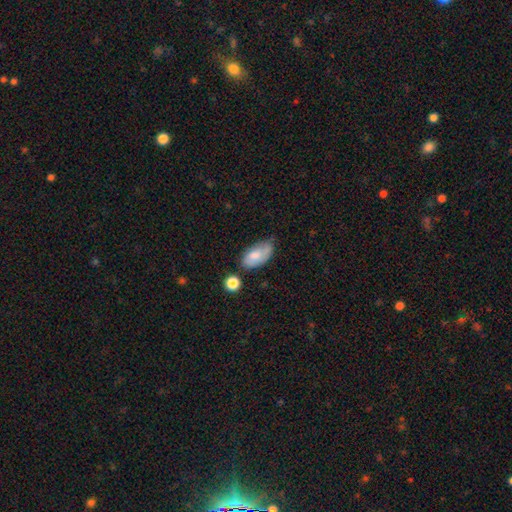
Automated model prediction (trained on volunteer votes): Morphology: type=smooth (74%); roundness=in between (93%); merging=none (51%).